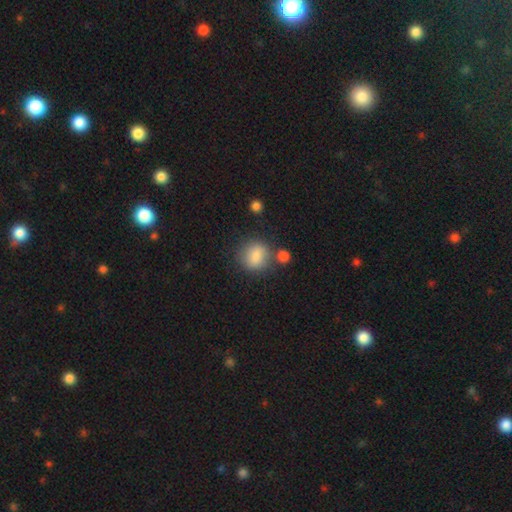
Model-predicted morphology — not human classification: A smooth galaxy with no disk features (83%) that is round (74%).

Vote fractions:
- Smooth or featured? smooth: 83% / star or artifact: 9% / featured or disk: 8%
- How rounded? round: 74% / in between: 25% / cigar-shaped: 1%
- Merging? none: 68% / minor disturbance: 14% / merger: 13% / major disturbance: 5%